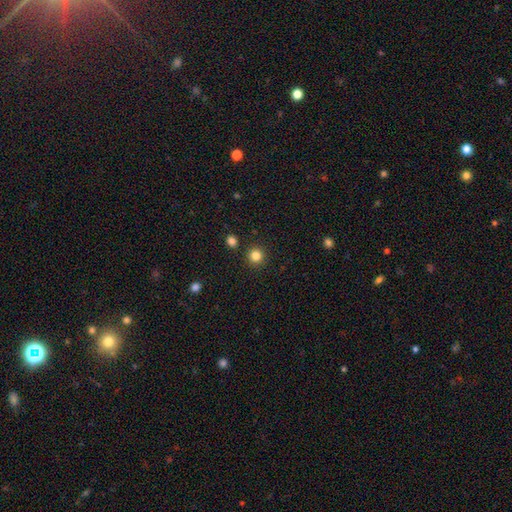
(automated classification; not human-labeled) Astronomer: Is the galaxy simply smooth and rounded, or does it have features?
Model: smooth — 83%.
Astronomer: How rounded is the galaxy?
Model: round — 95%.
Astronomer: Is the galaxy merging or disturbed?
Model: none — 91%.